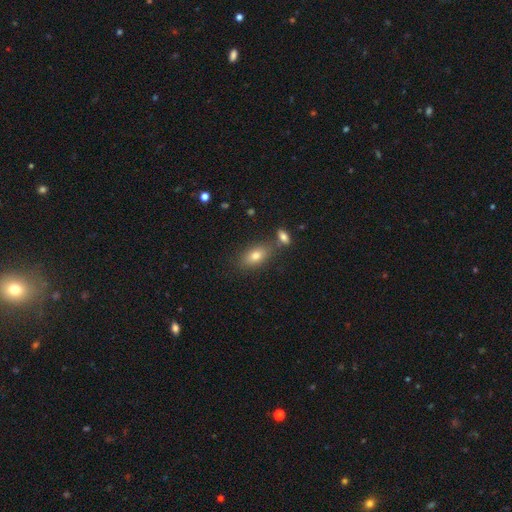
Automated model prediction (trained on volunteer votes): This appears to be a smooth galaxy with no disk features (77%) that is in between round and cigar-shaped (85%). Merging: none (71%).